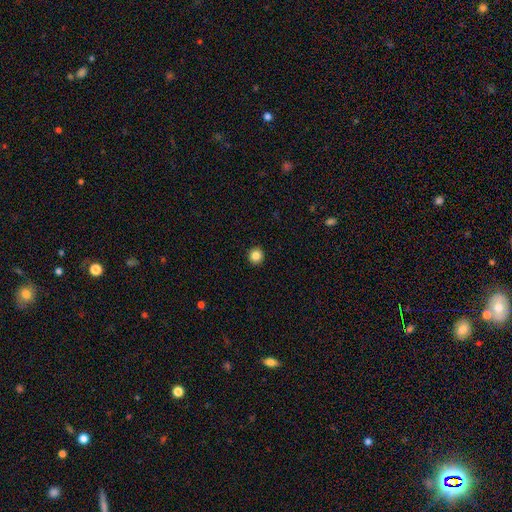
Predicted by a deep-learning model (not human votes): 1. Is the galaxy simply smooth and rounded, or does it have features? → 85% smooth, 11% star or artifact, 4% featured or disk.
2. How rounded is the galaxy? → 94% round, 5% in between, 1% cigar-shaped.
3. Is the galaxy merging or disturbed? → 93% none, 4% minor disturbance, 1% major disturbance, 1% merger.